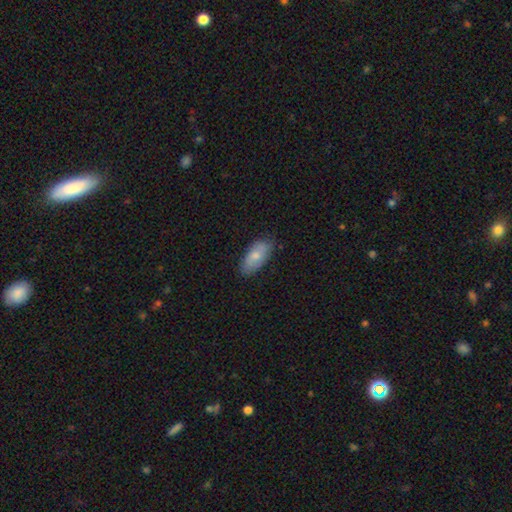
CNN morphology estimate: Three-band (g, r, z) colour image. It shows a smooth galaxy with no disk features (75%) that is in between round and cigar-shaped (90%). Merging: none (80%).